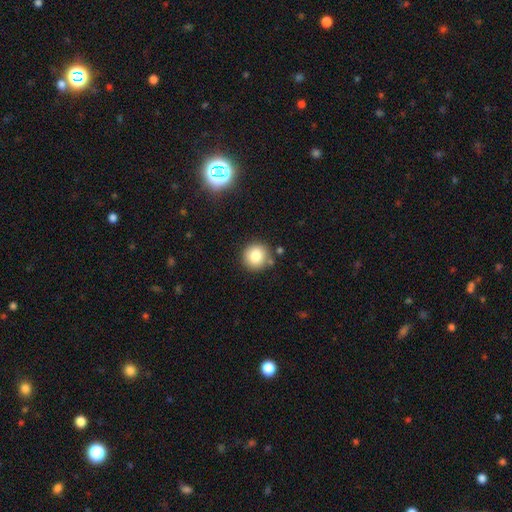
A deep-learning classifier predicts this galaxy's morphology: Q: Smooth or featured?
A: smooth (83%); runner-up: star or artifact (10%)
Q: How rounded?
A: round (92%); runner-up: in between (7%)
Q: Merging?
A: none (83%); runner-up: minor disturbance (10%)